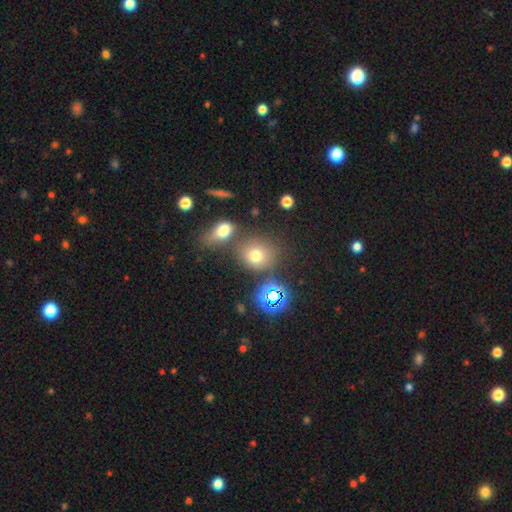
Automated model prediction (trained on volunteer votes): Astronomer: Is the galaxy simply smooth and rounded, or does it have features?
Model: smooth — 67%.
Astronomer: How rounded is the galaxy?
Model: round — 75%.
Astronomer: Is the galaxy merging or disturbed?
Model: none — 67%.